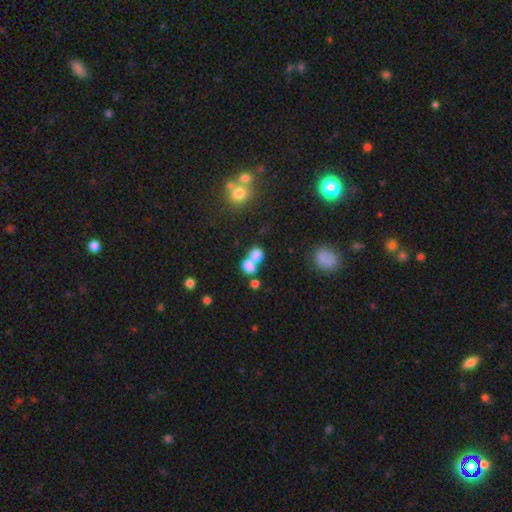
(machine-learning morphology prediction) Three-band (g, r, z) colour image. It shows a smooth galaxy with no disk features (74%) that is round (49%, tied with in between). Merging: merger (62%).